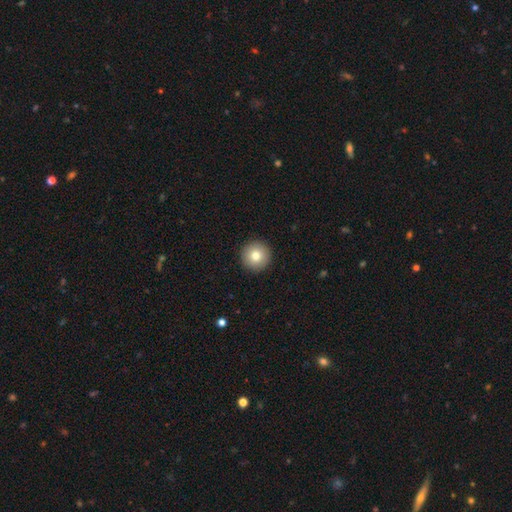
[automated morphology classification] type=smooth (80%); roundness=round (96%); merging=none (93%).